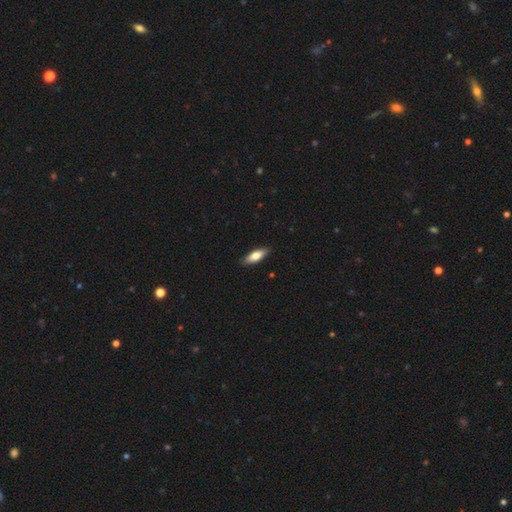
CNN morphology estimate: The model was most divided on "how rounded": in between: 62%, cigar-shaped: 36%, round: 2%. More confident: merging — none (89%); smooth or featured — smooth (73%).